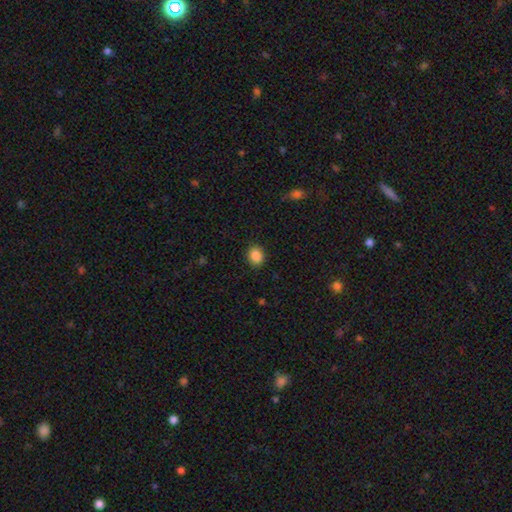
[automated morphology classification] Overall: smooth (87%). How rounded: round (58%; in between 41%). Merging: none (89%).